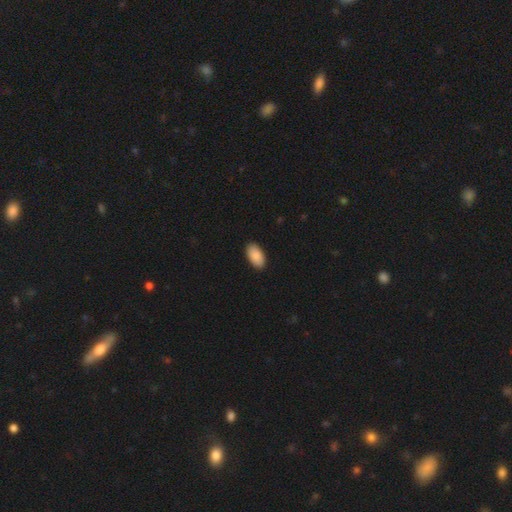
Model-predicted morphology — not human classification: This appears to be a smooth galaxy with no disk features (90%) that is in between round and cigar-shaped (96%). Merging: none (90%).